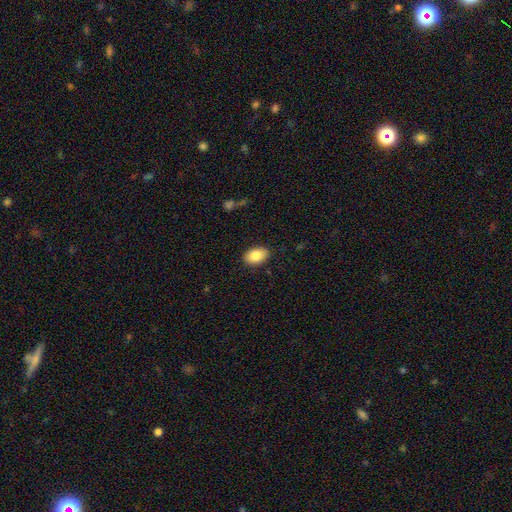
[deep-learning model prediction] smooth-or-featured: smooth: 86% | featured or disk: 7% | star or artifact: 7%
  how-rounded: in between: 90% | round: 8% | cigar-shaped: 1%
  merging: none: 87% | minor disturbance: 10% | major disturbance: 2% | merger: 1%